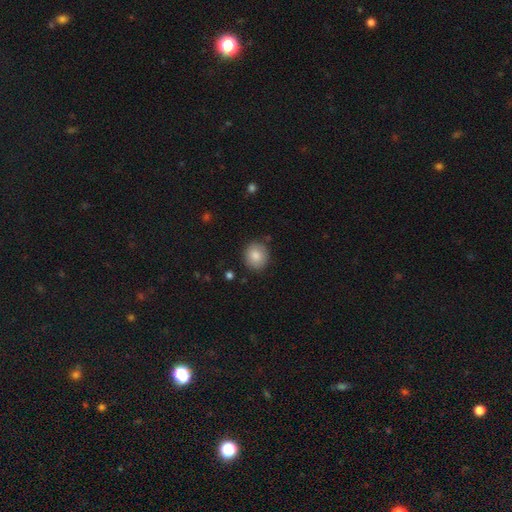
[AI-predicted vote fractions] Smooth or featured? smooth (85%)
How rounded? round (81%)
Merging? none (86%)